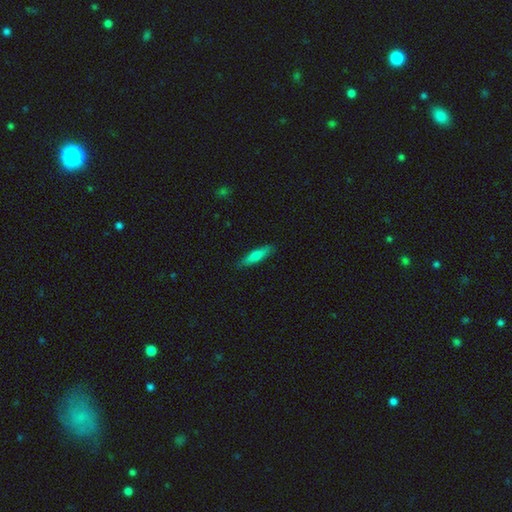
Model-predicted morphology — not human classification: smooth 69%, featured or disk 25%, star or artifact 6%. Down the decision tree: how rounded — cigar-shaped (80%); merging — none (88%).